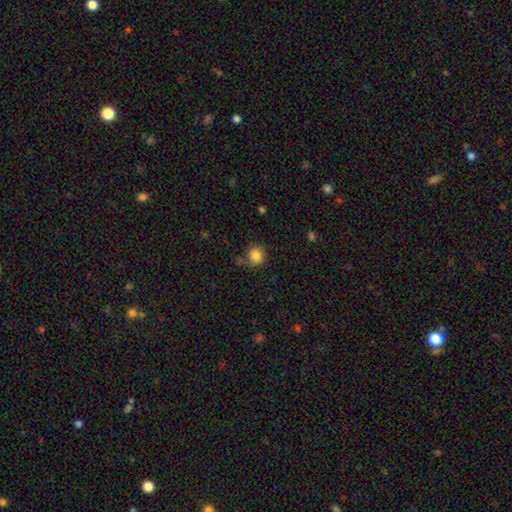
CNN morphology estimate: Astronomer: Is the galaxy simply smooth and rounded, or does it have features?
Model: smooth — 84%.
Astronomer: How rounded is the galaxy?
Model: round — 86%.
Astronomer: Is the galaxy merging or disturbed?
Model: none — 70%.